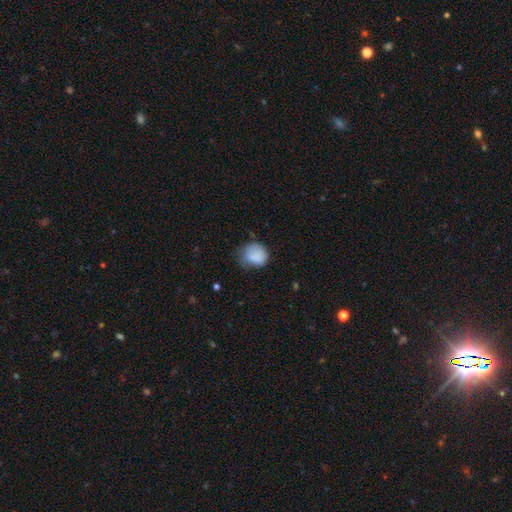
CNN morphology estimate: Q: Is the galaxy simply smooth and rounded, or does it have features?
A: smooth — 83%.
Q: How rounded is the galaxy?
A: round — 67%.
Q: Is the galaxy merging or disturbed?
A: none — 43%.